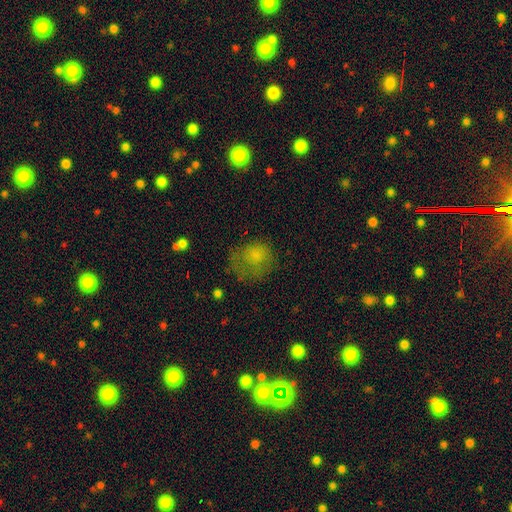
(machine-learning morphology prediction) This is likely a smooth galaxy (72%). How rounded: likely round (64%). Merging: marginally none (42%).